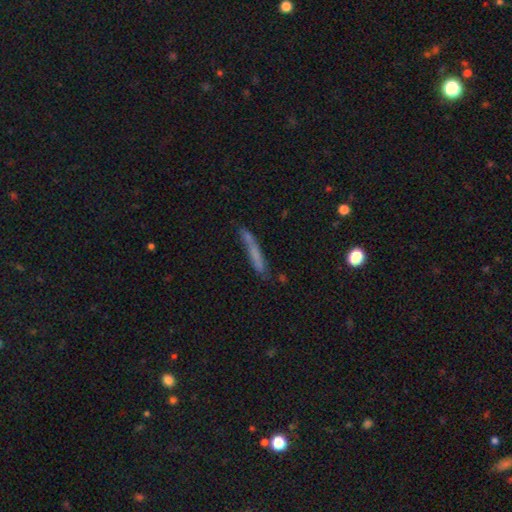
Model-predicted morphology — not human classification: This appears to be a smooth galaxy with no disk features (67%) that is cigar-shaped (93%). Merging: none (64%).